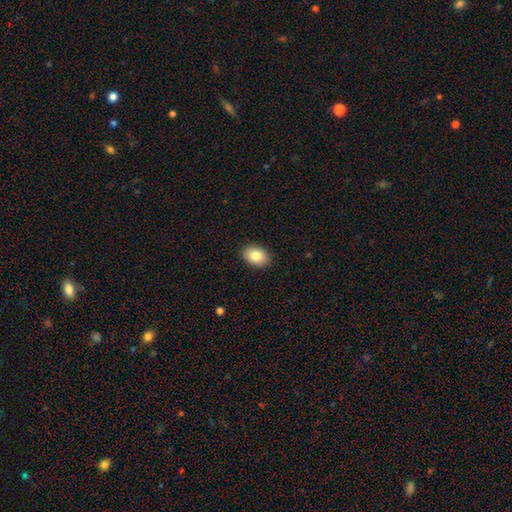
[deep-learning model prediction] Overall: smooth (83%). How rounded: in between (80%). Merging: none (90%).